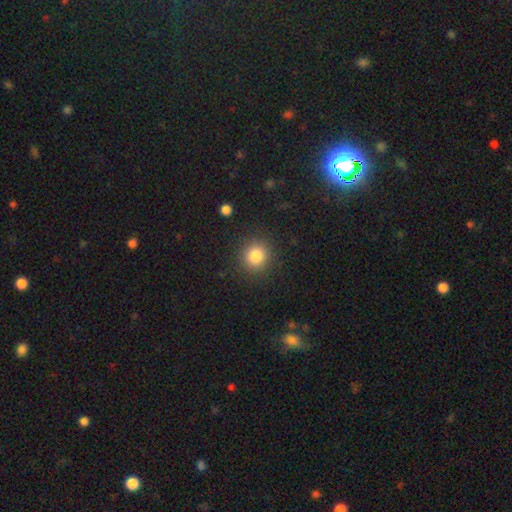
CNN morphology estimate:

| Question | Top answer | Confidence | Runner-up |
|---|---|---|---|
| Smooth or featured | smooth | 83% | star or artifact (11%) |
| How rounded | round | 90% | in between (10%) |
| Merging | none | 89% | minor disturbance (7%) |